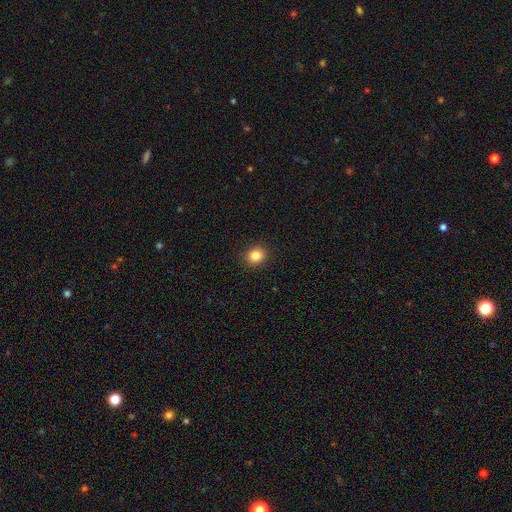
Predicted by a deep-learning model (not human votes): Smooth or featured? smooth (84%)
How rounded? round (79%)
Merging? none (92%)